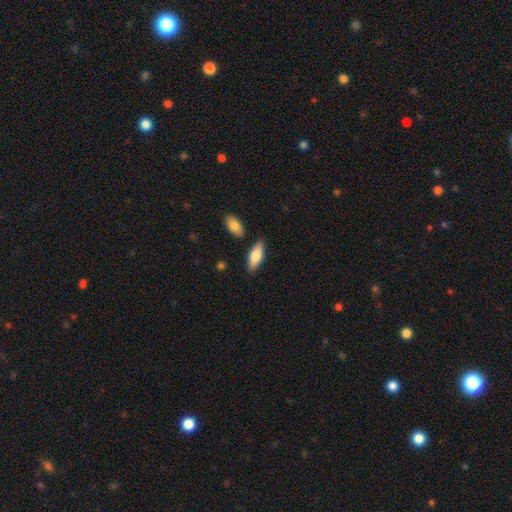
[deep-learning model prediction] Overall: smooth (73%). How rounded: in between (72%). Merging: none (82%).